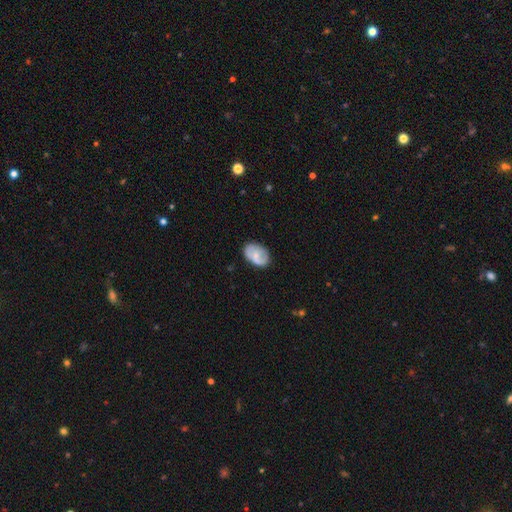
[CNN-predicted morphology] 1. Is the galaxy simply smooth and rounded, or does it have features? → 56% smooth, 37% featured or disk, 7% star or artifact.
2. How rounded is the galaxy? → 86% in between, 13% round, 1% cigar-shaped.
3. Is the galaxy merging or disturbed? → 73% none, 21% minor disturbance, 5% major disturbance, 2% merger.